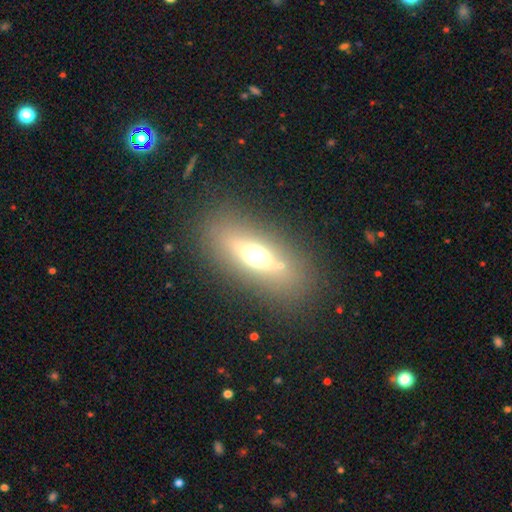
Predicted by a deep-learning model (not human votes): smooth-or-featured: smooth: 46% | featured or disk: 38% | star or artifact: 16%
  merging: none: 84% | minor disturbance: 9% | major disturbance: 5% | merger: 2%